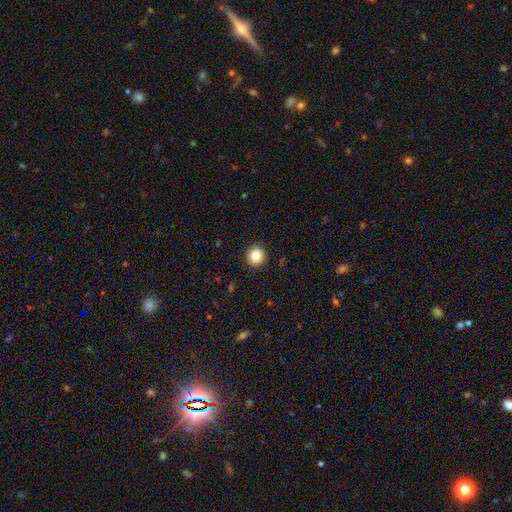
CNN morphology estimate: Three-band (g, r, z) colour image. It shows a smooth galaxy with no disk features (81%) that is round (95%). Merging: none (91%).